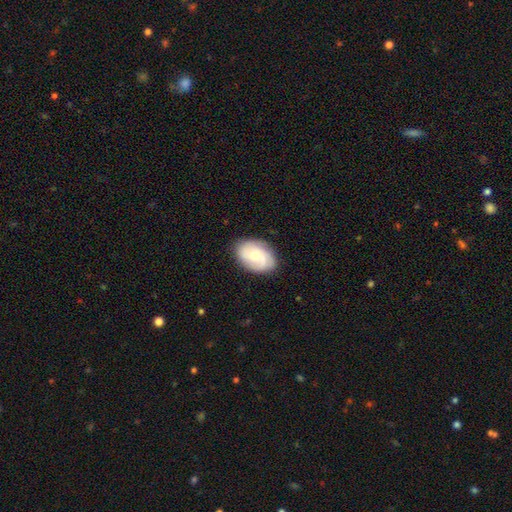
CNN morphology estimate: smooth-or-featured: featured or disk: 51% | smooth: 42% | star or artifact: 7%
  disk-edge-on: no: 96% | yes: 4%
  merging: none: 80% | minor disturbance: 15% | major disturbance: 4% | merger: 1%